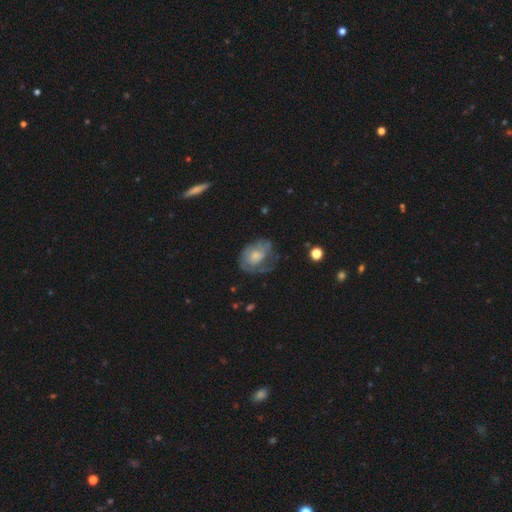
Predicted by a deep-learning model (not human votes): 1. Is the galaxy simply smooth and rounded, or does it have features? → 57% featured or disk, 35% smooth, 7% star or artifact.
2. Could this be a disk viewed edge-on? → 96% no, 4% yes.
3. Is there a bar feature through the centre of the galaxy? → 76% no, 21% weak, 3% strong.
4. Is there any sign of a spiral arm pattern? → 64% yes, 36% no.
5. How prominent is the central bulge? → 43% moderate, 33% small, 13% large, 10% none, 2% dominant.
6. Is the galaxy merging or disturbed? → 47% none, 26% minor disturbance, 25% major disturbance, 2% merger.